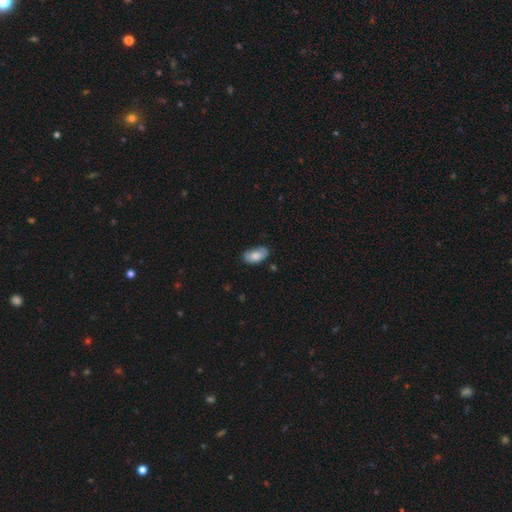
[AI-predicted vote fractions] Q: Smooth or featured?
A: smooth (82%); runner-up: featured or disk (12%)
Q: How rounded?
A: in between (94%); runner-up: round (3%)
Q: Merging?
A: none (69%); runner-up: minor disturbance (26%)